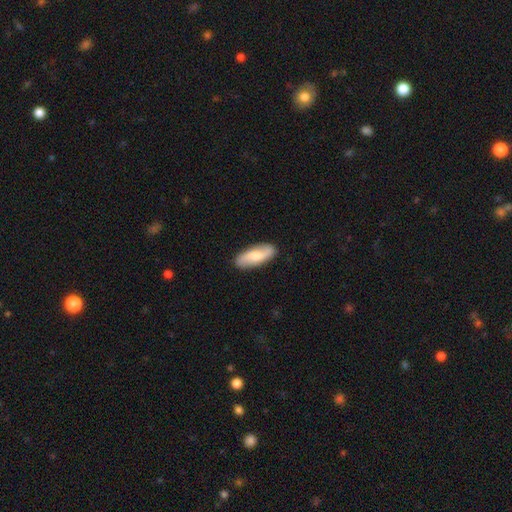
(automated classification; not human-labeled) Q: Smooth or featured?
A: smooth (49%); runner-up: featured or disk (45%)
Q: Merging?
A: none (87%); runner-up: minor disturbance (9%)